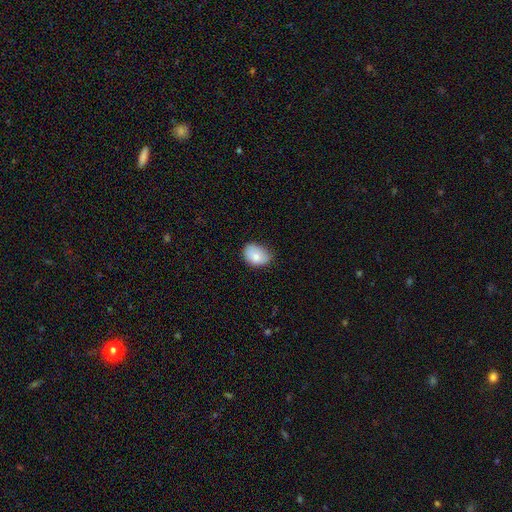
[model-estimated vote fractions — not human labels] Smooth or featured? smooth (81%)
How rounded? in between (74%)
Merging? none (63%)